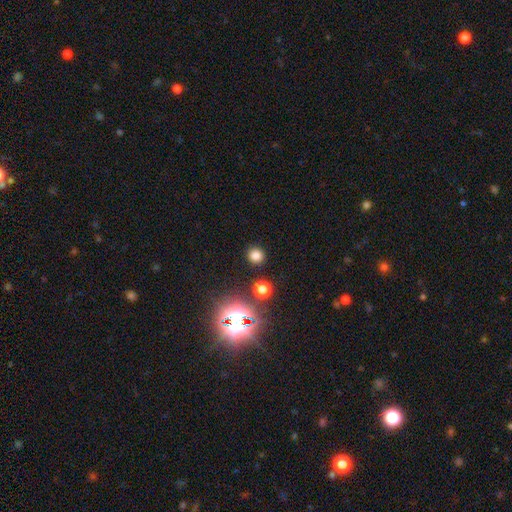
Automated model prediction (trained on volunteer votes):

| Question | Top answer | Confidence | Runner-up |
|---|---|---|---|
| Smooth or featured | smooth | 76% | star or artifact (19%) |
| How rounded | round | 88% | in between (11%) |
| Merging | none | 89% | minor disturbance (6%) |